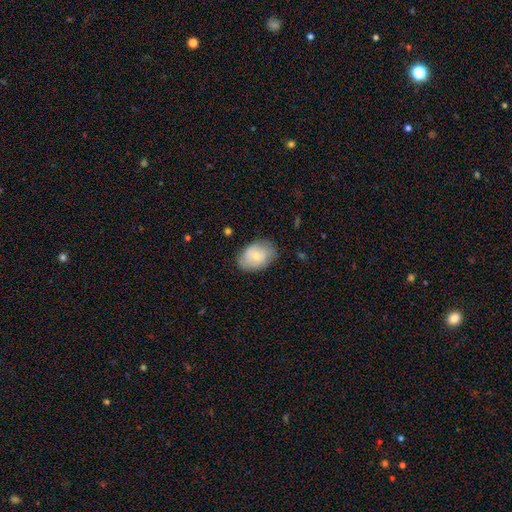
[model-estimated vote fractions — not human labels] smooth_or_featured: smooth (p=0.66) [alt: featured or disk p=0.27]
how_rounded: in between (p=0.82) [alt: round p=0.17]
merging: none (p=0.78) [alt: minor disturbance p=0.17]